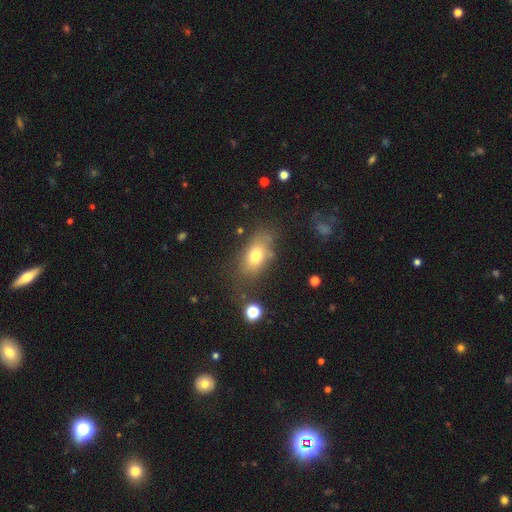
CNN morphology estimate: Smooth or featured: smooth — 72% (featured or disk — 17%)
How rounded: in between — 85% (round — 10%)
Merging: none — 68% (minor disturbance — 19%)